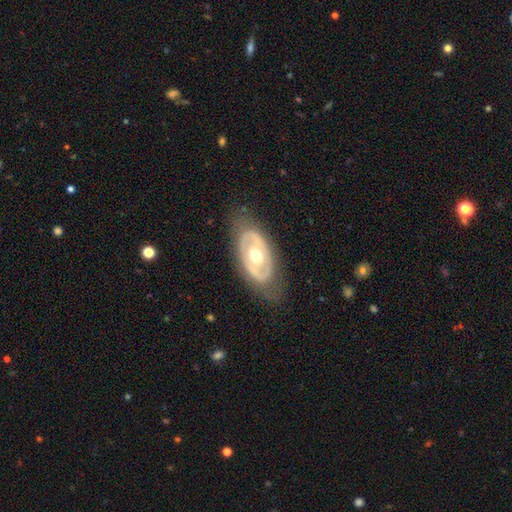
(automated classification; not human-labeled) Smooth or featured? Predicted: featured or disk (p=0.64). Edge-on disk? Predicted: no (p=0.89). Bar? Predicted: no (p=0.79). Spiral arms? Predicted: no (p=0.83). Bulge size? Predicted: moderate (p=0.73). Merging? Predicted: none (p=0.74).